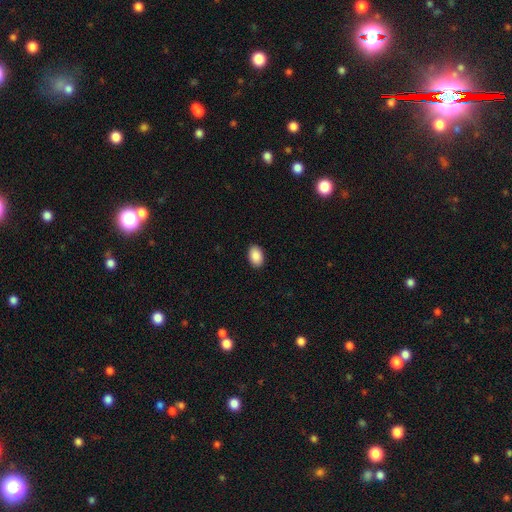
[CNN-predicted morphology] This appears to be a smooth galaxy with no disk features (90%) that is in between round and cigar-shaped (88%). Merging: none (91%).